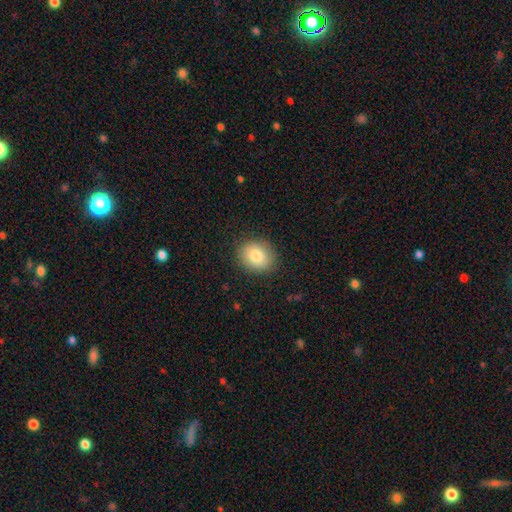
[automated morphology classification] The model was most divided on "how rounded": round: 64%, in between: 35%, cigar-shaped: 1%. More confident: merging — none (87%); smooth or featured — smooth (81%).